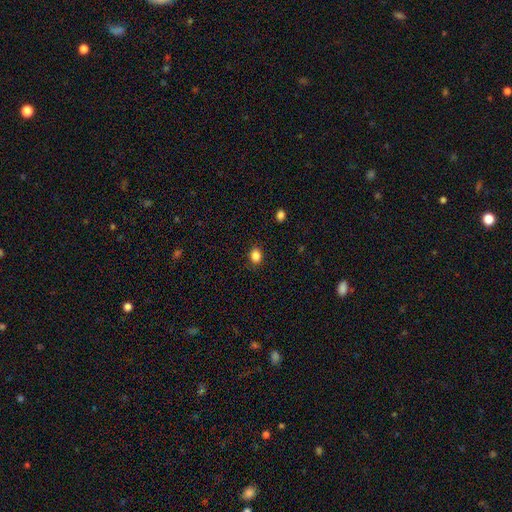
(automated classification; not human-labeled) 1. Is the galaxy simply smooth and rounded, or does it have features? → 86% smooth, 11% star or artifact, 4% featured or disk.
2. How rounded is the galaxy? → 54% in between, 45% round, 1% cigar-shaped.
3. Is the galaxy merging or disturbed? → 87% none, 9% minor disturbance, 3% major disturbance, 1% merger.